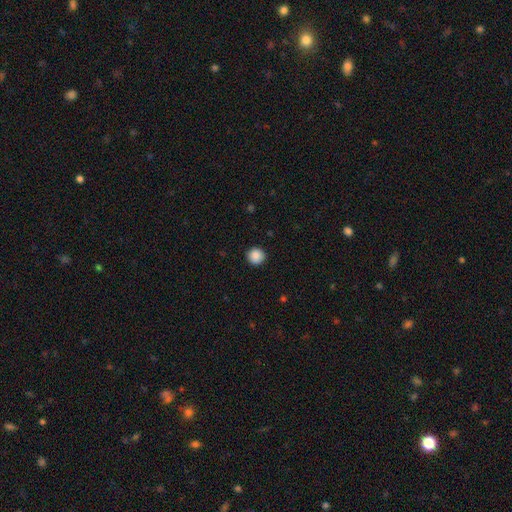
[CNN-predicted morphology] type=smooth (88%); roundness=round (94%); merging=none (92%).